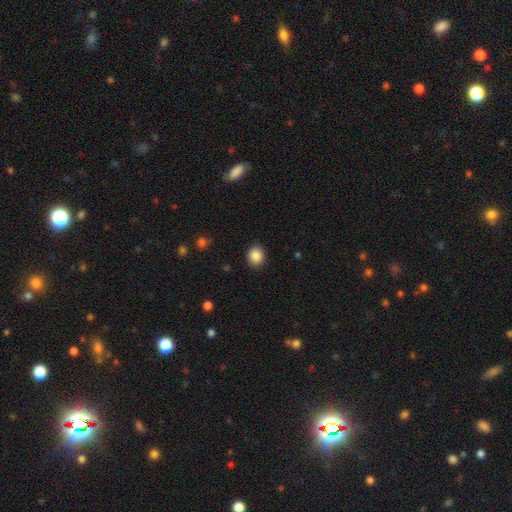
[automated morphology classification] Smooth or featured: smooth — 87% (star or artifact — 9%)
How rounded: round — 64% (in between — 35%)
Merging: none — 88% (minor disturbance — 9%)